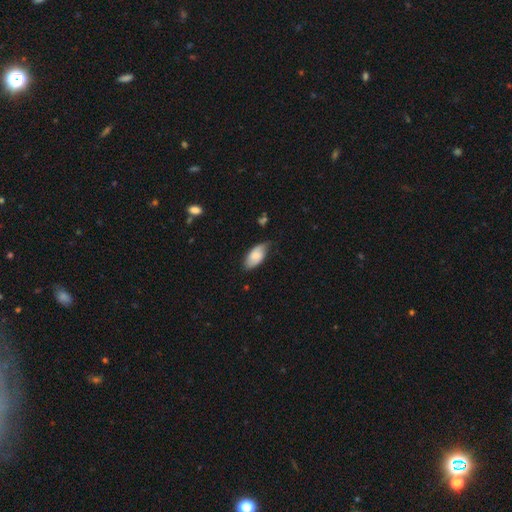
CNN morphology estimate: A smooth galaxy with no disk features (74%) that is in between round and cigar-shaped (94%). Merging: none (63%).